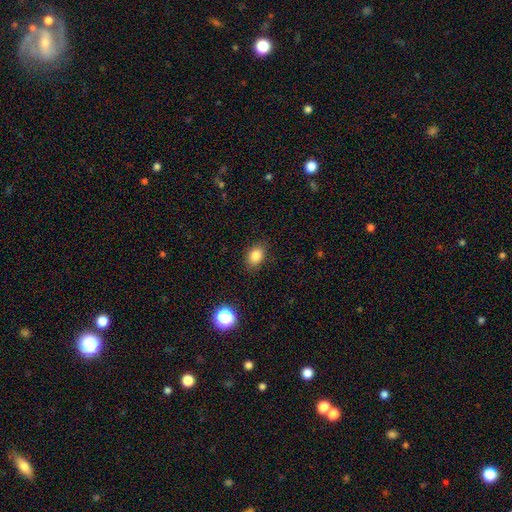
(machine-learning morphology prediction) This is clearly a smooth galaxy (83%). How rounded: likely in between (73%). Merging: clearly none (85%).